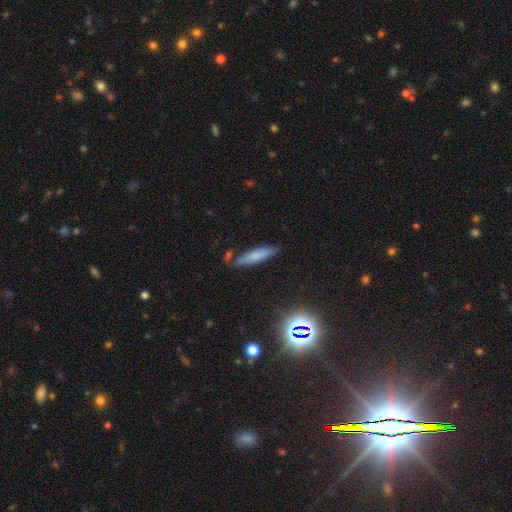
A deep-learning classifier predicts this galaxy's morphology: smooth_or_featured: smooth (p=0.71) [alt: featured or disk p=0.18]
how_rounded: cigar-shaped (p=0.81) [alt: in between p=0.17]
merging: none (p=0.78) [alt: minor disturbance p=0.14]